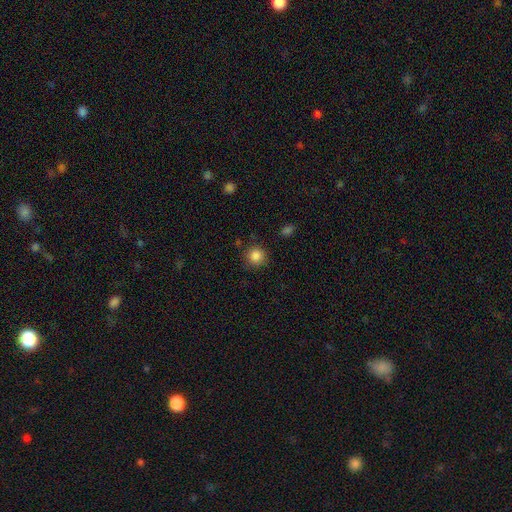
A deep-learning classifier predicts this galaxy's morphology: Smooth or featured? Predicted: smooth (p=0.86). How rounded? Predicted: round (p=0.92). Merging? Predicted: none (p=0.84).